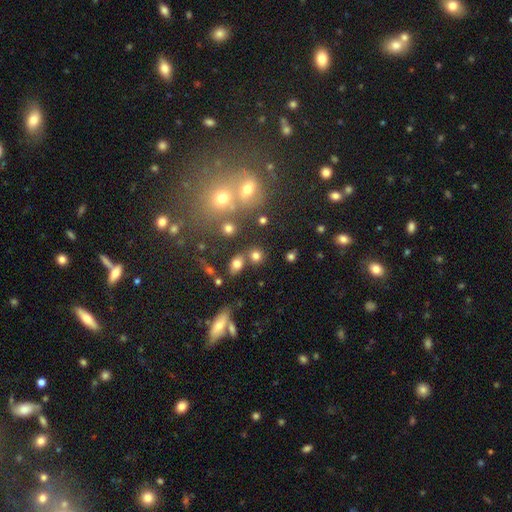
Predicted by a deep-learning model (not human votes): smooth 75%, star or artifact 15%, featured or disk 10%. Down the decision tree: how rounded — round (64%); merging — none (65%).